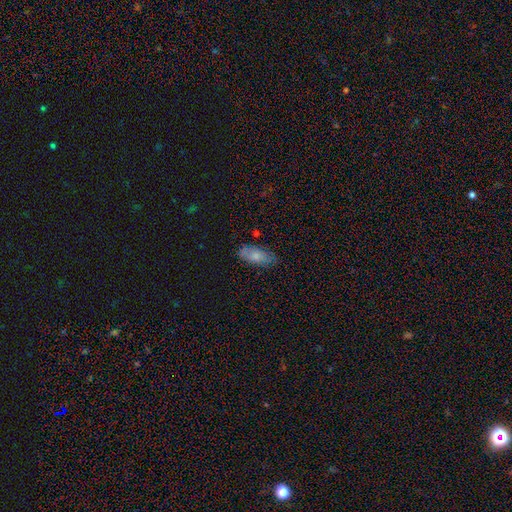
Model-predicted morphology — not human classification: A smooth galaxy with no disk features (73%) that is in between round and cigar-shaped (88%).

Vote fractions:
- Smooth or featured? smooth: 73% / featured or disk: 20% / star or artifact: 8%
- How rounded? in between: 88% / cigar-shaped: 10% / round: 3%
- Merging? none: 71% / minor disturbance: 22% / major disturbance: 5% / merger: 2%